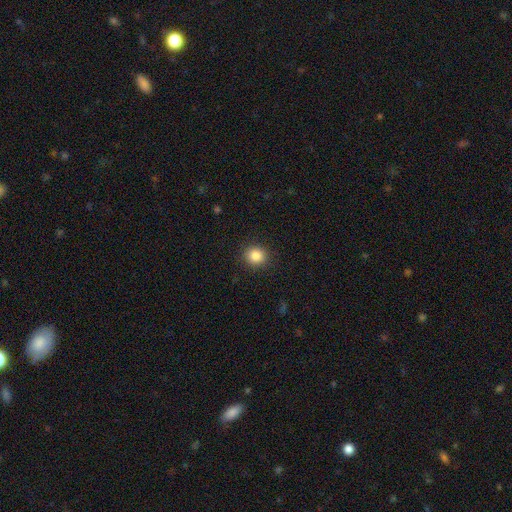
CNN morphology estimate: Smooth or featured? smooth (86%)
How rounded? round (85%)
Merging? none (90%)